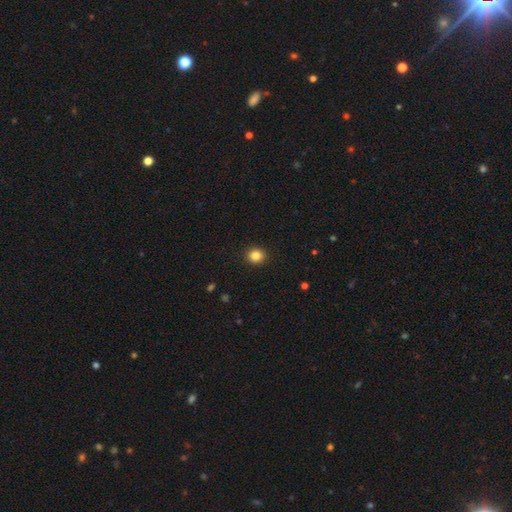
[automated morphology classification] A smooth galaxy with no disk features (84%) that is round (88%).

Vote fractions:
- Smooth or featured? smooth: 84% / star or artifact: 11% / featured or disk: 5%
- How rounded? round: 88% / in between: 11% / cigar-shaped: 1%
- Merging? none: 93% / minor disturbance: 5% / major disturbance: 2% / merger: 1%